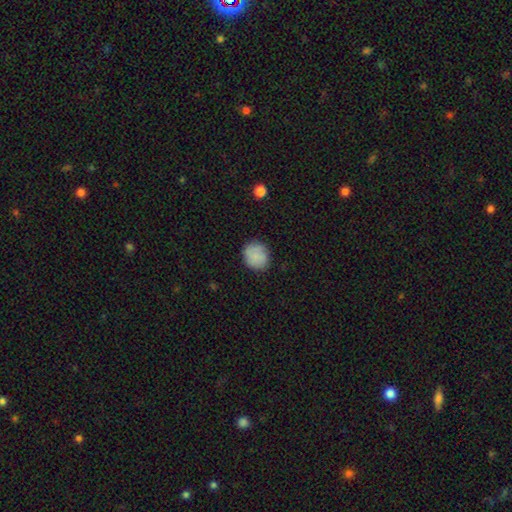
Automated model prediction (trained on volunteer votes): Smooth or featured? smooth (85%)
How rounded? round (83%)
Merging? none (84%)